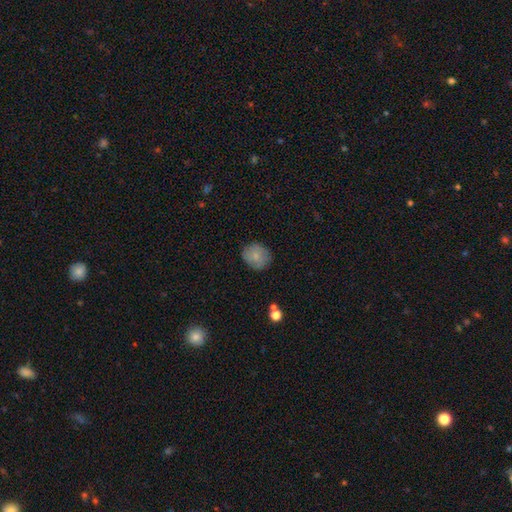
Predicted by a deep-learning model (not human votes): smooth_or_featured: smooth (p=0.80) [alt: featured or disk p=0.12]
how_rounded: round (p=0.80) [alt: in between p=0.19]
merging: none (p=0.81) [alt: minor disturbance p=0.14]